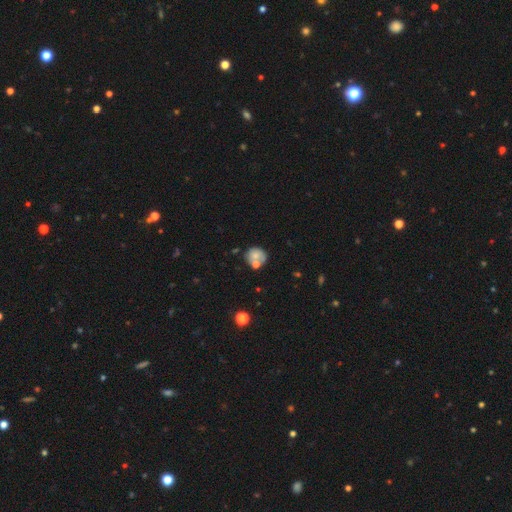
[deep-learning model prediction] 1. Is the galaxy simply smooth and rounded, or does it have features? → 63% smooth, 28% featured or disk, 9% star or artifact.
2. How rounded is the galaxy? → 81% round, 18% in between, 1% cigar-shaped.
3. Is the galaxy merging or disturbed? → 50% none, 25% merger, 17% minor disturbance, 8% major disturbance.